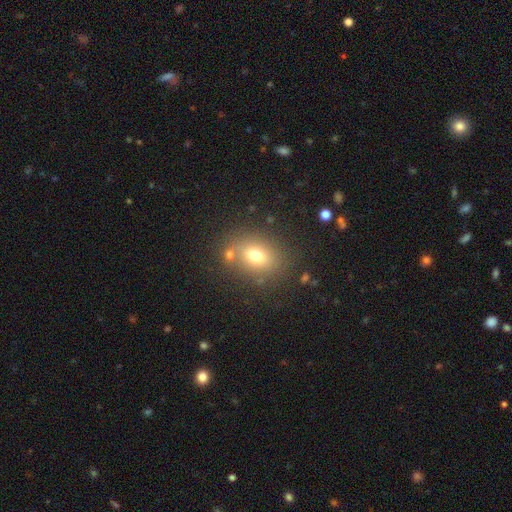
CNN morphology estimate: Overall: smooth (72%). How rounded: in between (57%; round 42%). Merging: none (73%).